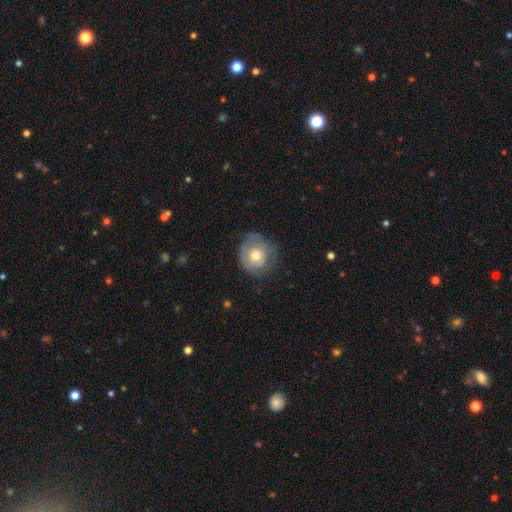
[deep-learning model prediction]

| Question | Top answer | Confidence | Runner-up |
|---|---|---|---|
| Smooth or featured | smooth | 57% | featured or disk (36%) |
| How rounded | round | 82% | in between (18%) |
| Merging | none | 62% | minor disturbance (26%) |